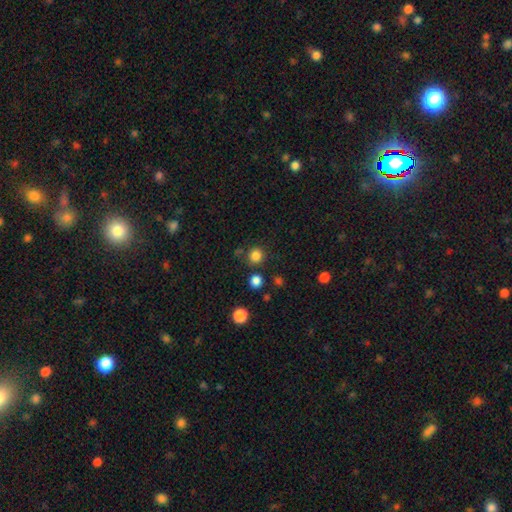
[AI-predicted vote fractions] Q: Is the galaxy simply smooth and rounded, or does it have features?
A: smooth — 83%.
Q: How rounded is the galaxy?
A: round — 92%.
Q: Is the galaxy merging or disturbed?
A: none — 83%.